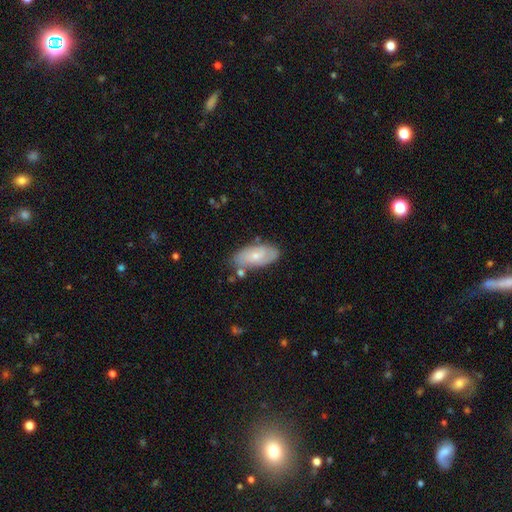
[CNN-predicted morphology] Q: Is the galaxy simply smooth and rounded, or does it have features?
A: smooth — 51%.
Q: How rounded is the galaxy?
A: in between — 88%.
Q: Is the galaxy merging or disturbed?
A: none — 72%.